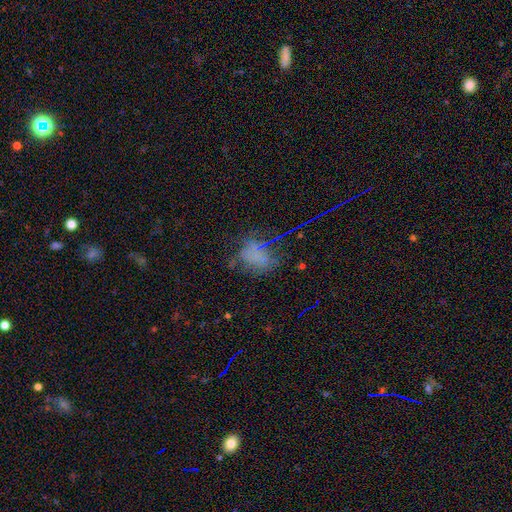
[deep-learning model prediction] This appears to be a smooth galaxy with no disk features (42%). Merging: none (42%).